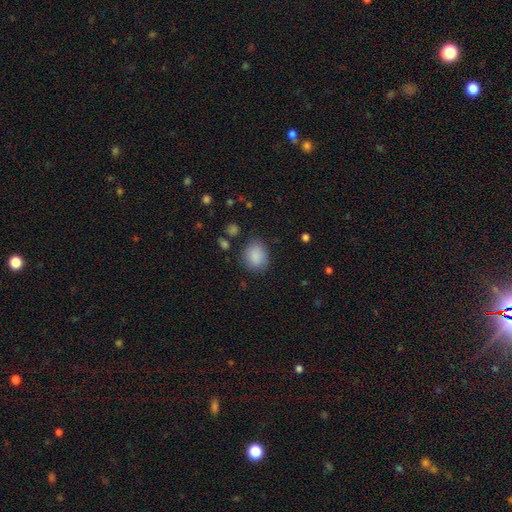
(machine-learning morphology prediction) smooth-or-featured: smooth: 87% | star or artifact: 8% | featured or disk: 4%
  how-rounded: round: 54% | in between: 45% | cigar-shaped: 1%
  merging: none: 78% | minor disturbance: 15% | major disturbance: 5% | merger: 2%